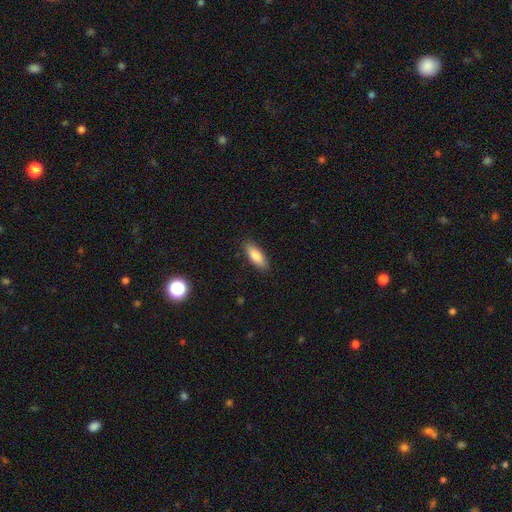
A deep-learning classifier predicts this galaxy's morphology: Smooth or featured? smooth (83%)
How rounded? in between (70%)
Merging? none (88%)